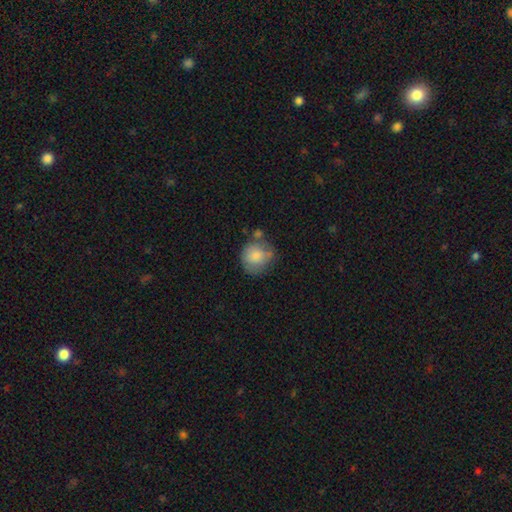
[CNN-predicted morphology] smooth 79%, featured or disk 14%, star or artifact 7%. Down the decision tree: how rounded — round (83%); merging — none (52%).